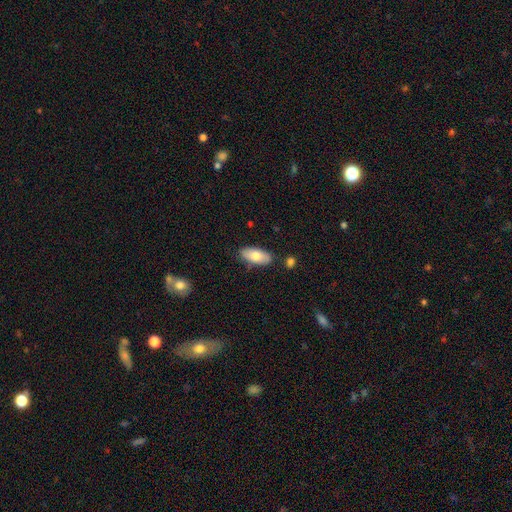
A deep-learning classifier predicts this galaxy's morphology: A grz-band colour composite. It shows a smooth galaxy with no disk features (76%) that is in between round and cigar-shaped (89%). Merging: none (82%).